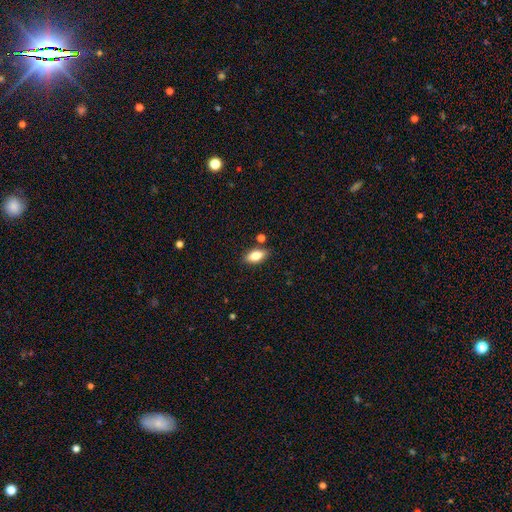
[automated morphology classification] This is likely a smooth galaxy (79%). How rounded: clearly in between (87%). Merging: clearly none (82%).